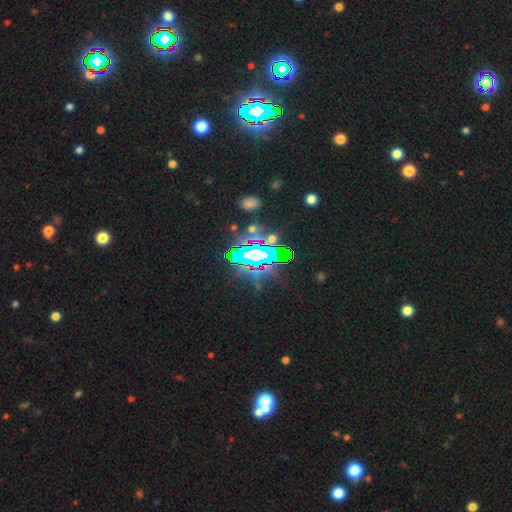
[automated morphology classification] A star or artifact, not a galaxy (75%).

Vote fractions:
- Smooth or featured? star or artifact: 75% / featured or disk: 13% / smooth: 12%